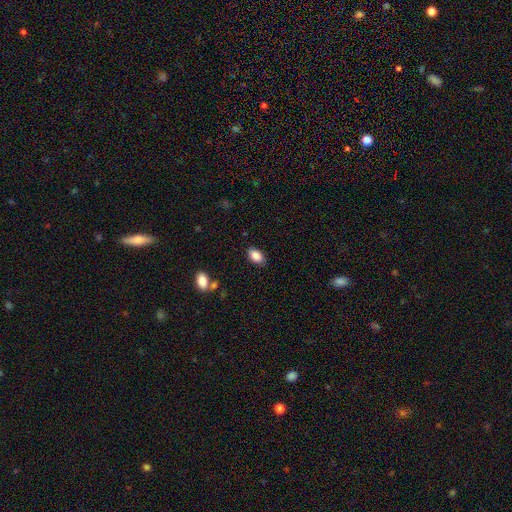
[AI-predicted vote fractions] Smooth or featured? smooth (88%)
How rounded? in between (92%)
Merging? none (84%)